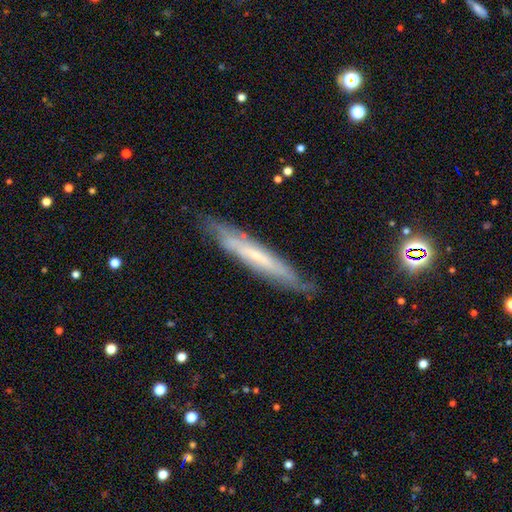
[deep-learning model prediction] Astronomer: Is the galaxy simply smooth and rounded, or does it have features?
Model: featured or disk — 62%.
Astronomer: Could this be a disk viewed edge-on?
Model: yes — 73%.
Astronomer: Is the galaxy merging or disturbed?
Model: none — 81%.